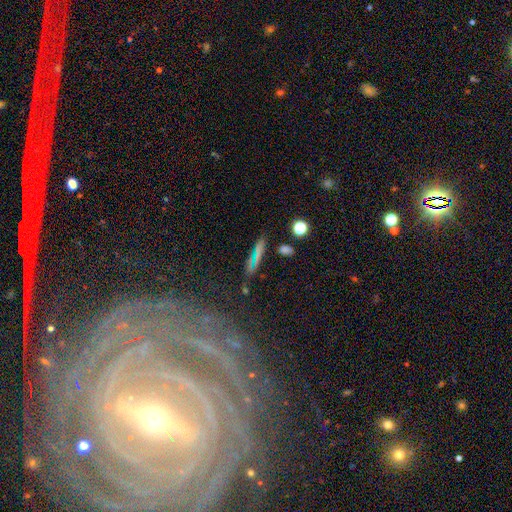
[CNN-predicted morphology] Q: Smooth or featured?
A: smooth (57%); runner-up: featured or disk (25%)
Q: How rounded?
A: cigar-shaped (76%); runner-up: in between (17%)
Q: Merging?
A: none (75%); runner-up: minor disturbance (14%)